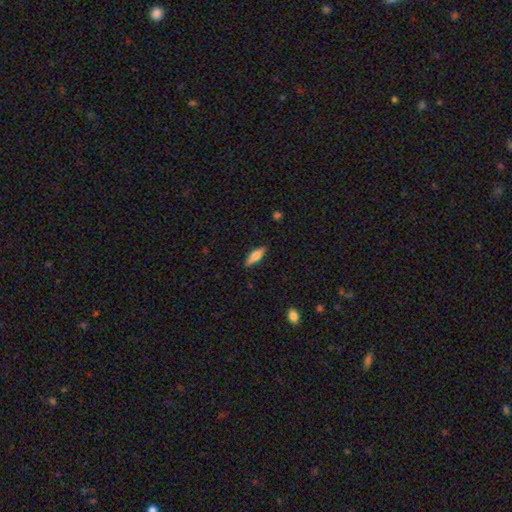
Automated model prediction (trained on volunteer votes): smooth_or_featured: smooth (p=0.55) [alt: featured or disk p=0.38]
how_rounded: cigar-shaped (p=0.50) [alt: in between p=0.47]
merging: none (p=0.86) [alt: minor disturbance p=0.11]